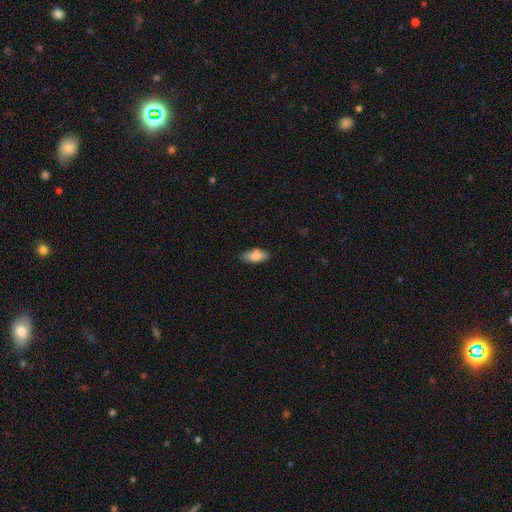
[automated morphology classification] smooth-or-featured: smooth: 82% | featured or disk: 12% | star or artifact: 7%
  how-rounded: in between: 83% | cigar-shaped: 14% | round: 2%
  merging: none: 76% | minor disturbance: 20% | major disturbance: 3% | merger: 2%